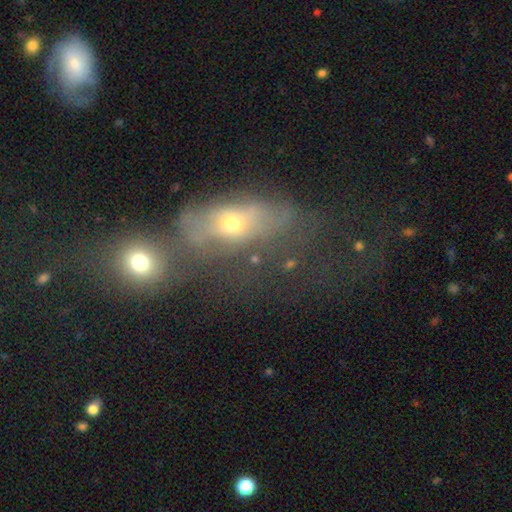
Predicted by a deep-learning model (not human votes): smooth-or-featured: smooth: 44% | featured or disk: 37% | star or artifact: 19%
  merging: merger: 41% | major disturbance: 23% | none: 23% | minor disturbance: 13%